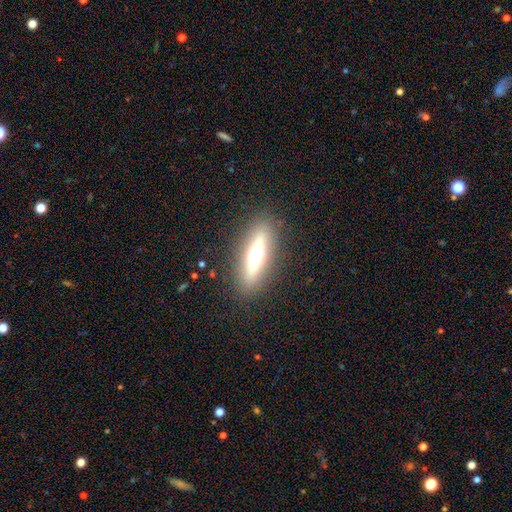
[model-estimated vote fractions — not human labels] Smooth or featured? Predicted: featured or disk (p=0.52). Edge-on disk? Predicted: yes (p=0.83). Merging? Predicted: none (p=0.87).